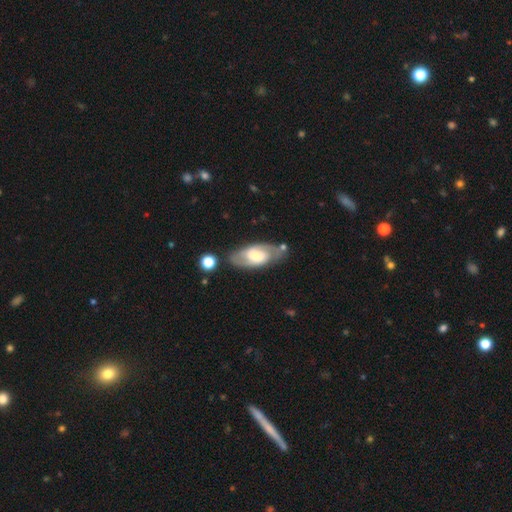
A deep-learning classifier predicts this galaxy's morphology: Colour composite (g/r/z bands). It shows a featured or disk galaxy (68%) with a weak bar (42%), 2 (80%) medium (46%) spiral arms (83%) and a moderate central bulge (47%). Merging: none (73%).